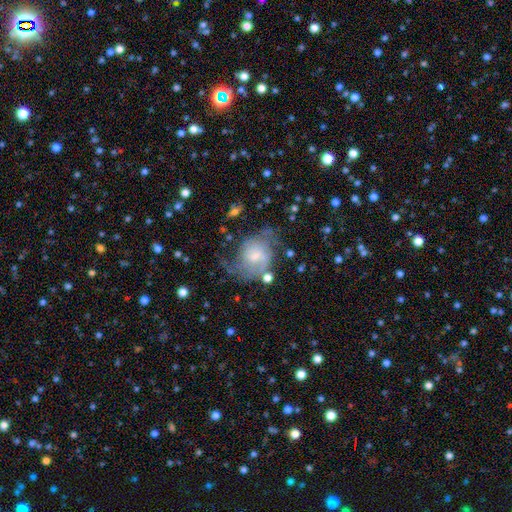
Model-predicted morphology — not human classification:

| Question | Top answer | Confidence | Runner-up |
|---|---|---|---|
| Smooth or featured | featured or disk | 72% | smooth (20%) |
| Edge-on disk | no | 97% | yes (3%) |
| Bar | no | 56% | weak (38%) |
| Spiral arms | yes | 87% | no (13%) |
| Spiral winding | medium | 44% | tight (28%) |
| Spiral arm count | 2 | 51% | can't tell (27%) |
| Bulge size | small | 61% | moderate (29%) |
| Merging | none | 43% | major disturbance (26%) |